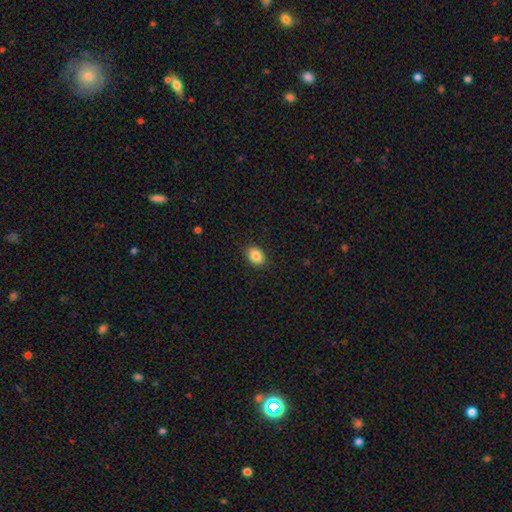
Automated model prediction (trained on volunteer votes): smooth_or_featured: smooth (p=0.86) [alt: star or artifact p=0.08]
how_rounded: in between (p=0.75) [alt: round p=0.24]
merging: none (p=0.89) [alt: minor disturbance p=0.08]